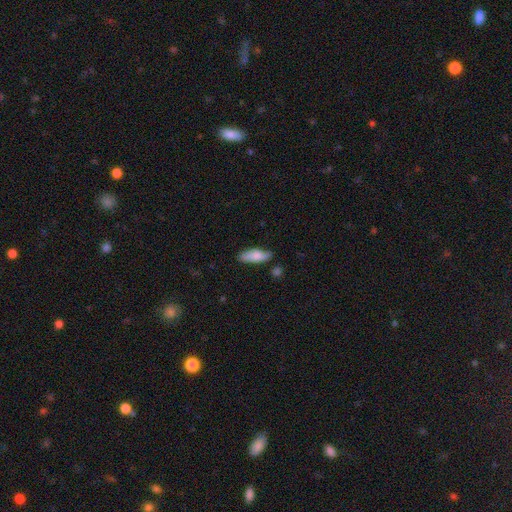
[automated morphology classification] A smooth galaxy with no disk features (79%) that is in between round and cigar-shaped (65%).

Vote fractions:
- Smooth or featured? smooth: 79% / featured or disk: 15% / star or artifact: 6%
- How rounded? in between: 65% / cigar-shaped: 33% / round: 2%
- Merging? none: 71% / minor disturbance: 22% / major disturbance: 4% / merger: 3%